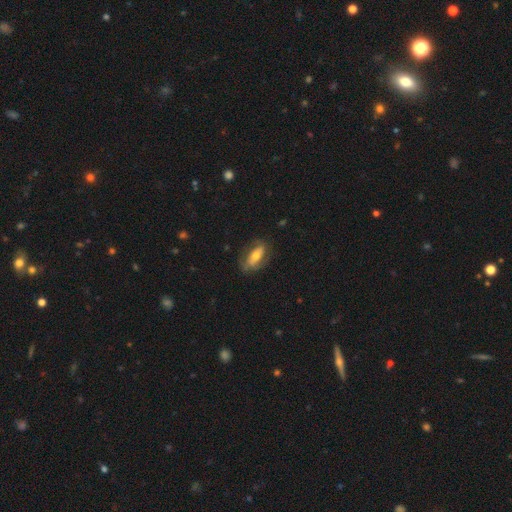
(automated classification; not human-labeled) featured or disk 51%, smooth 43%, star or artifact 7%. Down the decision tree: edge-on disk — no (79%); merging — none (69%).